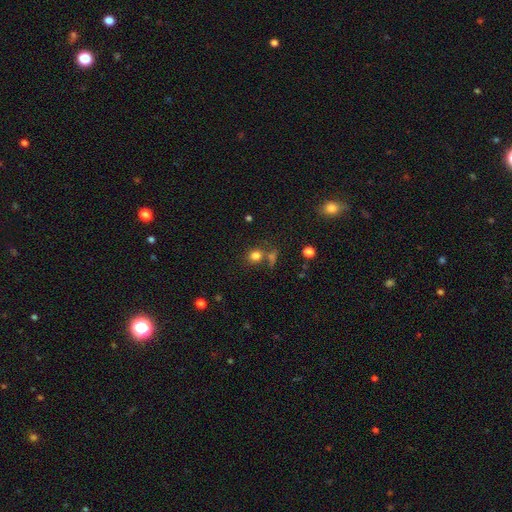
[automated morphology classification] Overall: smooth (78%). How rounded: round (77%). Merging: none (65%).